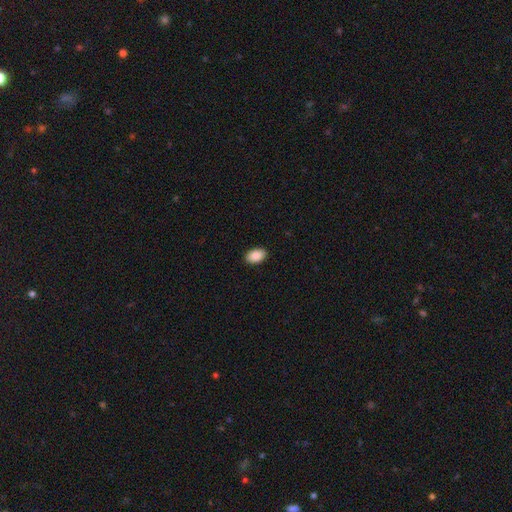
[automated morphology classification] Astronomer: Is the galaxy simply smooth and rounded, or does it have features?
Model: smooth — 89%.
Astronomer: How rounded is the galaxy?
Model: in between — 90%.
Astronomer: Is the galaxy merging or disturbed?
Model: none — 90%.